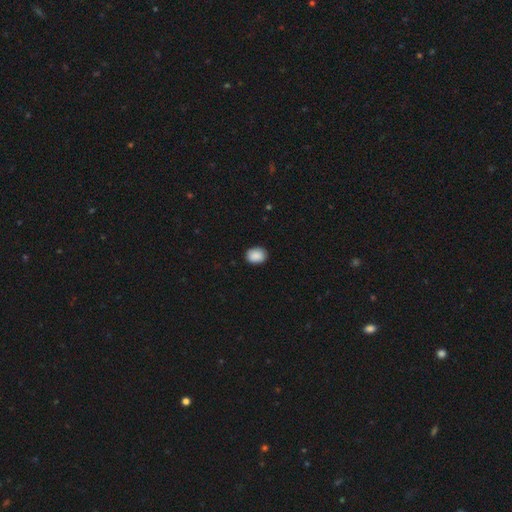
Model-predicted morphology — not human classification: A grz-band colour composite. It shows a smooth galaxy with no disk features (90%) that is in between round and cigar-shaped (57%). Merging: none (87%).